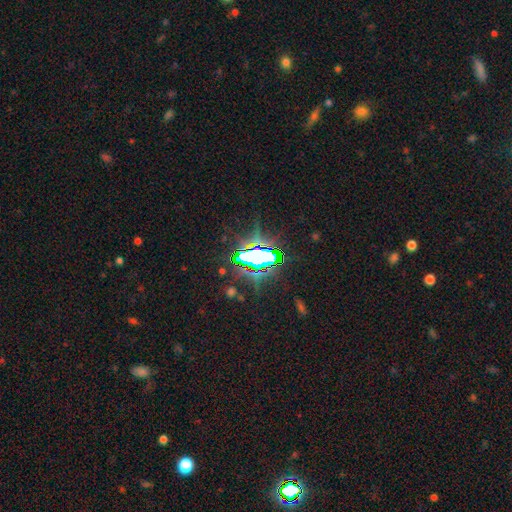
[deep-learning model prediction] Smooth or featured? star or artifact (71%)